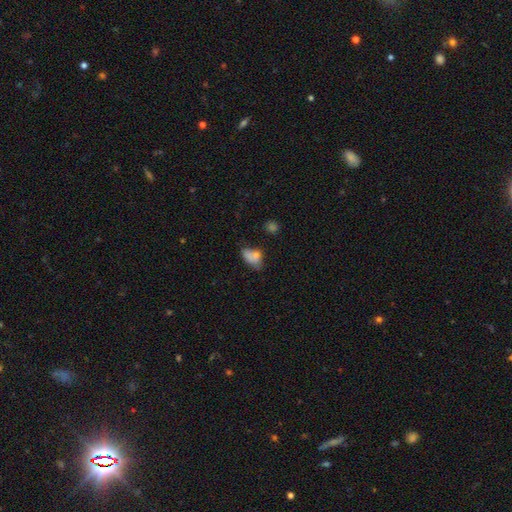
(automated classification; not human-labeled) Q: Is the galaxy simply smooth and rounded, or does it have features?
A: smooth — 74%.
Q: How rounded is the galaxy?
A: in between — 83%.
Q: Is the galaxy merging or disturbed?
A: none — 39%.